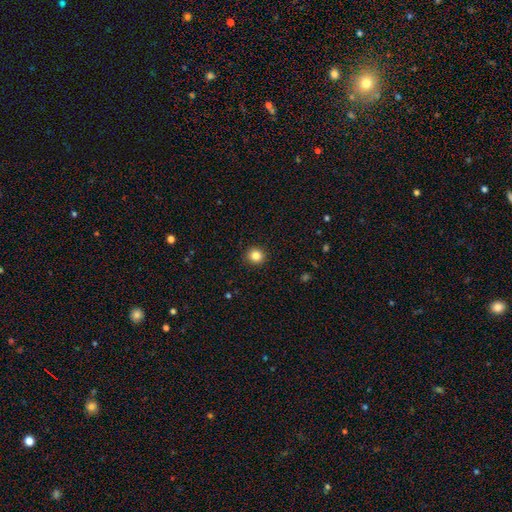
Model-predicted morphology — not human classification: smooth_or_featured: smooth (p=0.84) [alt: star or artifact p=0.11]
how_rounded: round (p=0.91) [alt: in between p=0.09]
merging: none (p=0.92) [alt: minor disturbance p=0.05]